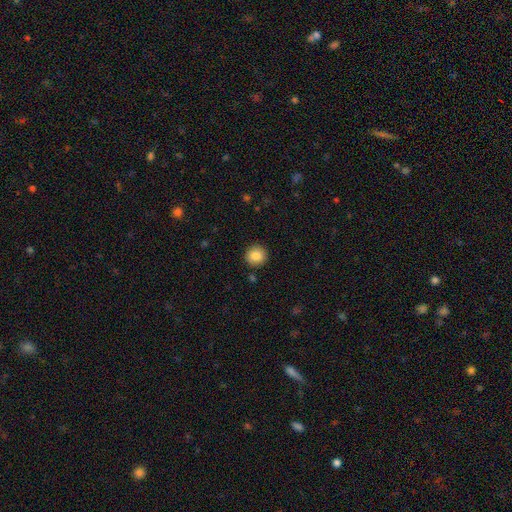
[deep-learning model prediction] Smooth or featured: smooth — 86% (star or artifact — 9%)
How rounded: round — 94% (in between — 6%)
Merging: none — 91% (minor disturbance — 6%)